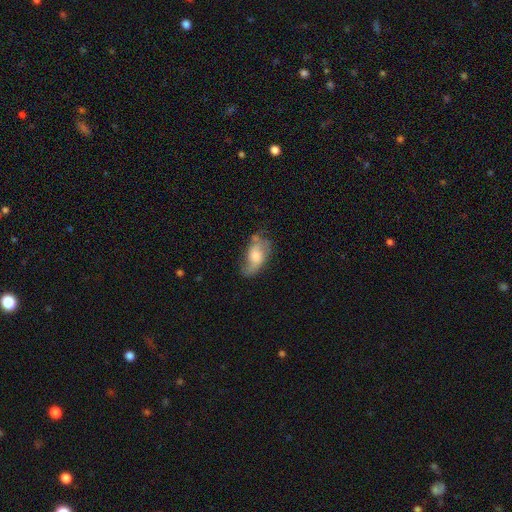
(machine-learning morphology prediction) Smooth or featured? Predicted: featured or disk (p=0.54). Edge-on disk? Predicted: no (p=0.93). Bar? Predicted: no (p=0.65). Spiral arms? Predicted: yes (p=0.81). Bulge size? Predicted: moderate (p=0.48). Merging? Predicted: none (p=0.49).